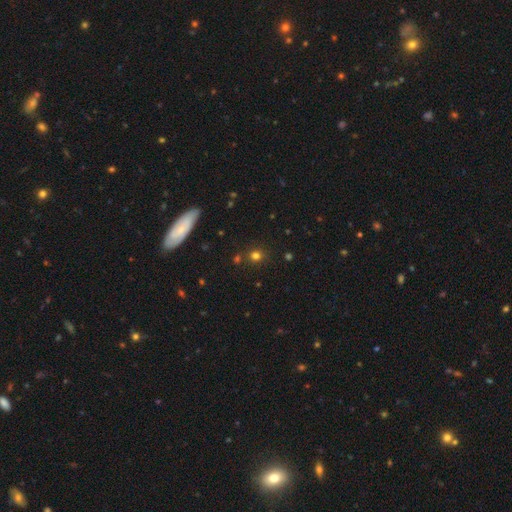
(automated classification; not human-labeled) A smooth galaxy with no disk features (71%) that is round (86%).

Vote fractions:
- Smooth or featured? smooth: 71% / star or artifact: 23% / featured or disk: 7%
- How rounded? round: 86% / in between: 13% / cigar-shaped: 1%
- Merging? none: 83% / minor disturbance: 8% / merger: 6% / major disturbance: 3%